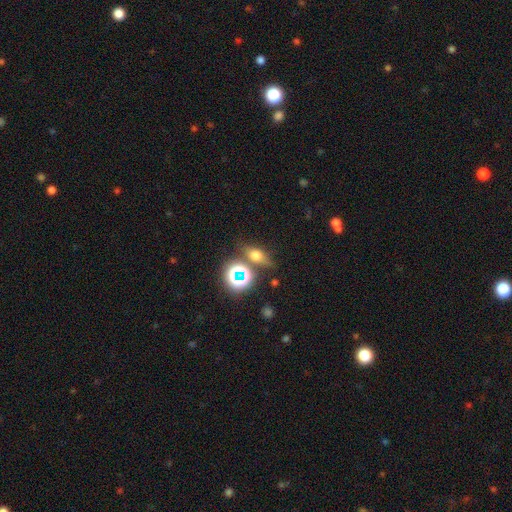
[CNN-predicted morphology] Smooth or featured?
  - smooth: 54% *
  - star or artifact: 27%
  - featured or disk: 19%
How rounded?
  - in between: 56% *
  - round: 30%
  - cigar-shaped: 14%
Merging?
  - none: 69% *
  - minor disturbance: 14%
  - merger: 11%
  - major disturbance: 5%